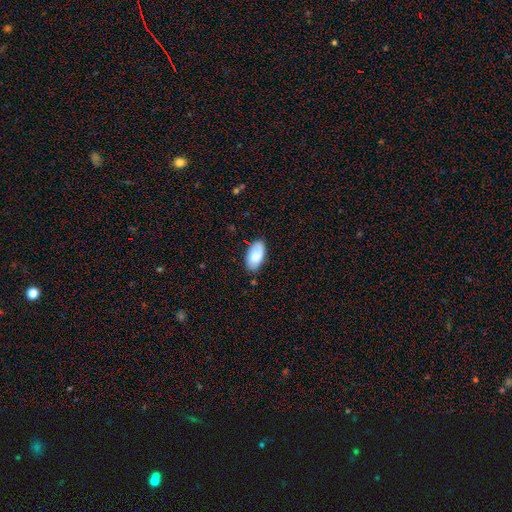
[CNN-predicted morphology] smooth-or-featured: smooth: 75% | featured or disk: 18% | star or artifact: 7%
  how-rounded: in between: 95% | round: 3% | cigar-shaped: 2%
  merging: none: 77% | minor disturbance: 17% | major disturbance: 4% | merger: 2%